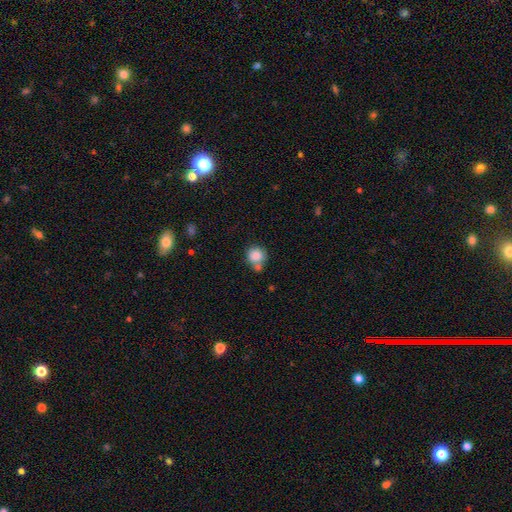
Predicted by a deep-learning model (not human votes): This is clearly a smooth galaxy (85%). How rounded: clearly round (91%). Merging: possibly none (57%).